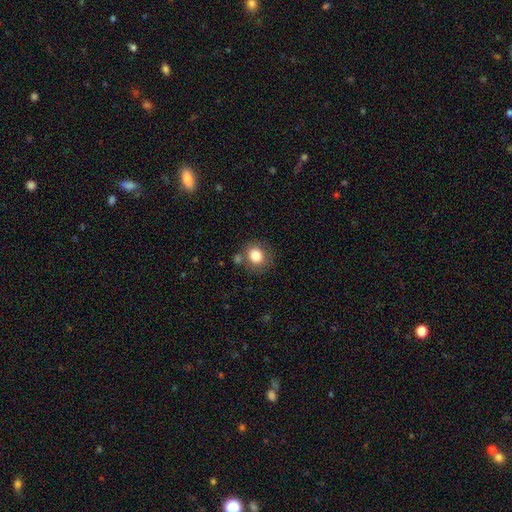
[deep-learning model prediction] A smooth galaxy with no disk features (82%) that is round (78%). Merging: none (74%).